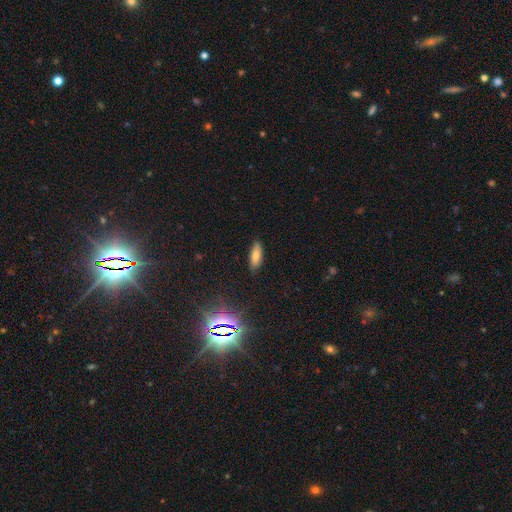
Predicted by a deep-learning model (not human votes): Morphology: type=smooth (75%); roundness=in between (67%); merging=none (86%).